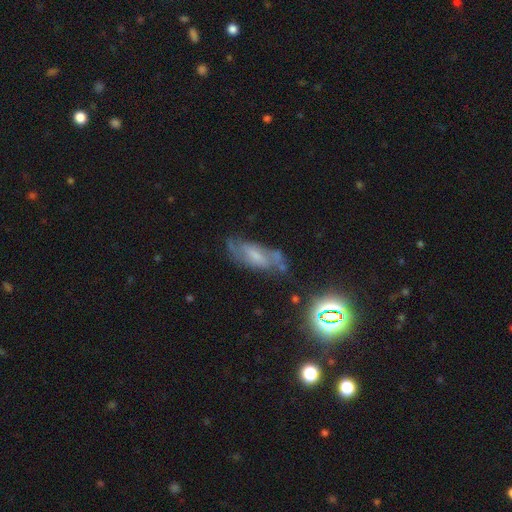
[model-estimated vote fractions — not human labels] Overall: featured or disk (62%; smooth 23%). Edge-on disk: no (88%). Bar: weak (46%; no 35%). Spiral arms: yes (81%). Bulge size: small (41%; moderate 31%). Merging: none (58%; minor disturbance 24%).